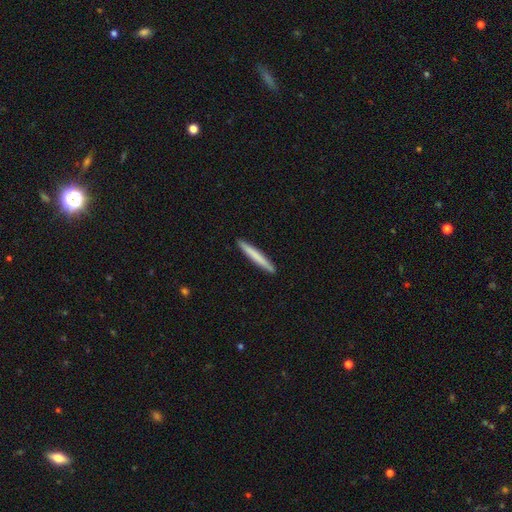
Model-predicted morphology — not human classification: smooth 72%, featured or disk 23%, star or artifact 5%. Down the decision tree: how rounded — cigar-shaped (97%); merging — none (92%).